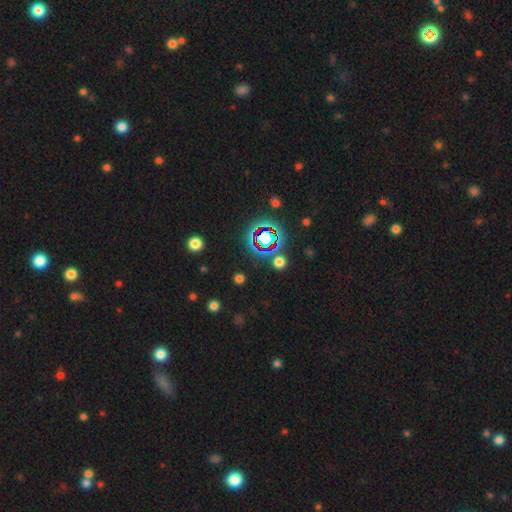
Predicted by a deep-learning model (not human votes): Smooth or featured? star or artifact (60%)